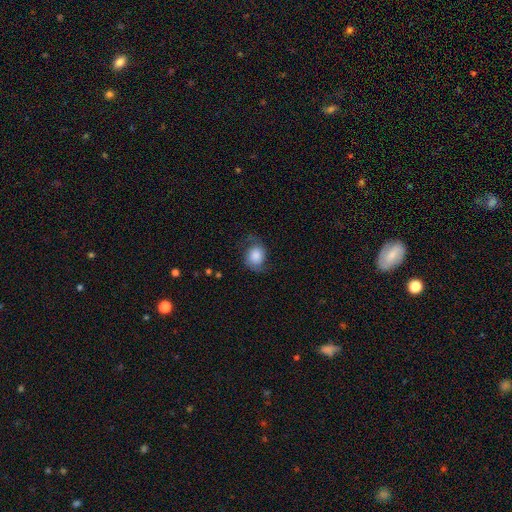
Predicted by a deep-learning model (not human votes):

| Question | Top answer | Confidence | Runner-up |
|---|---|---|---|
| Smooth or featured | smooth | 47% | featured or disk (43%) |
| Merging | none | 67% | minor disturbance (20%) |